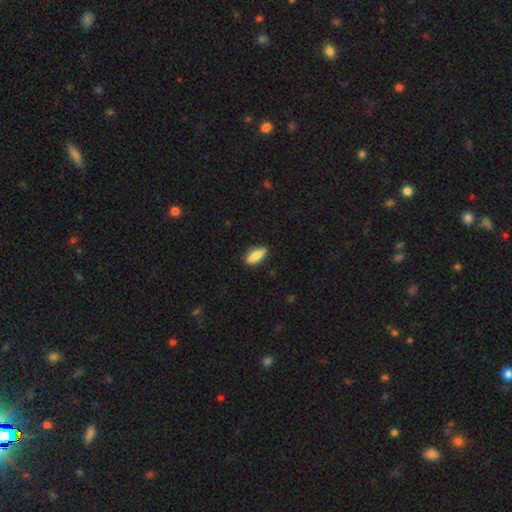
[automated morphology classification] Smooth or featured? smooth (78%)
How rounded? in between (62%)
Merging? none (86%)